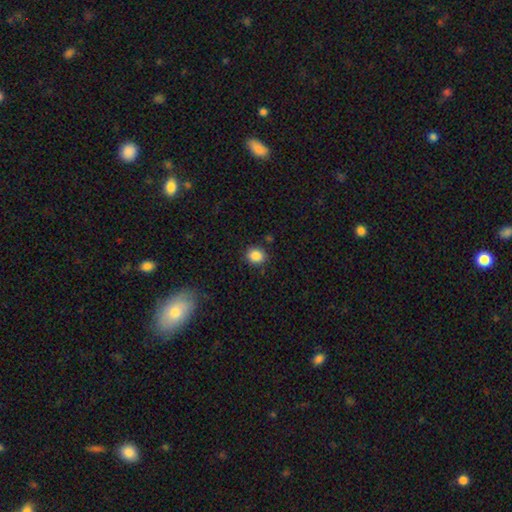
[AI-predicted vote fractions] smooth-or-featured: smooth: 86% | star or artifact: 10% | featured or disk: 4%
  how-rounded: round: 70% | in between: 29% | cigar-shaped: 1%
  merging: none: 86% | minor disturbance: 9% | major disturbance: 3% | merger: 2%